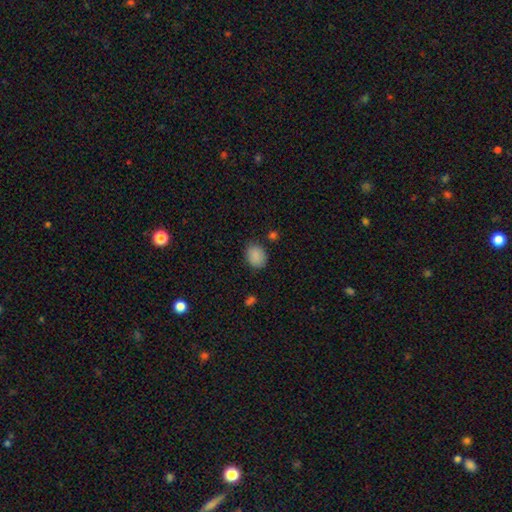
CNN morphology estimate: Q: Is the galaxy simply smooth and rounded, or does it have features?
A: smooth — 88%.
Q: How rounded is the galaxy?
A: in between — 63%.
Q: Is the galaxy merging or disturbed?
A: none — 81%.